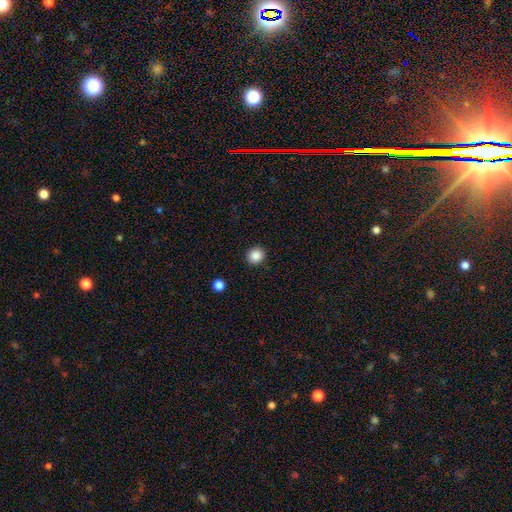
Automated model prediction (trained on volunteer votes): Overall: smooth (87%). How rounded: round (88%). Merging: none (92%).